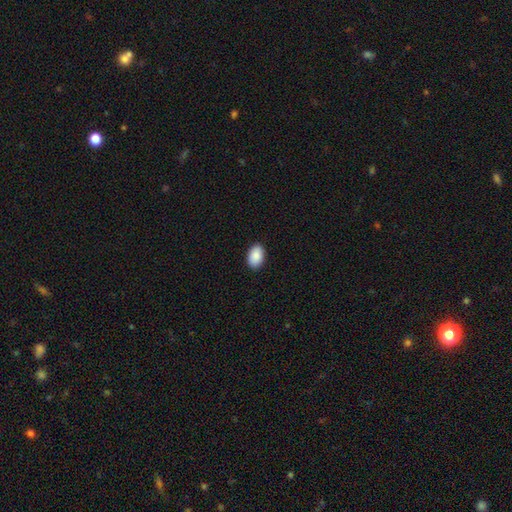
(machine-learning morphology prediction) A smooth galaxy with no disk features (89%) that is in between round and cigar-shaped (90%).

Vote fractions:
- Smooth or featured? smooth: 89% / star or artifact: 6% / featured or disk: 4%
- How rounded? in between: 90% / round: 9% / cigar-shaped: 1%
- Merging? none: 90% / minor disturbance: 8% / major disturbance: 2% / merger: 1%